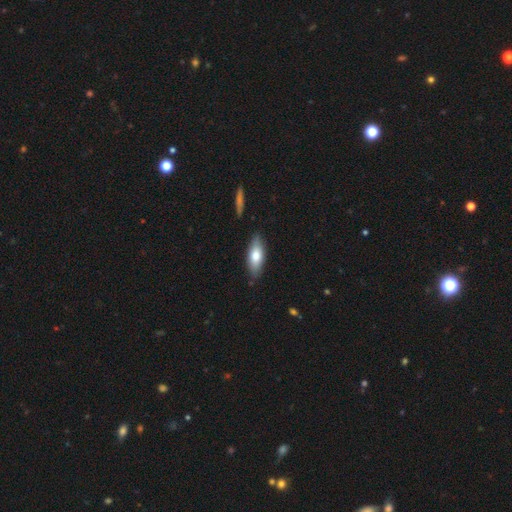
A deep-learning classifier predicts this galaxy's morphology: This appears to be a smooth galaxy with no disk features (71%) that is in between round and cigar-shaped (70%). Merging: none (83%).